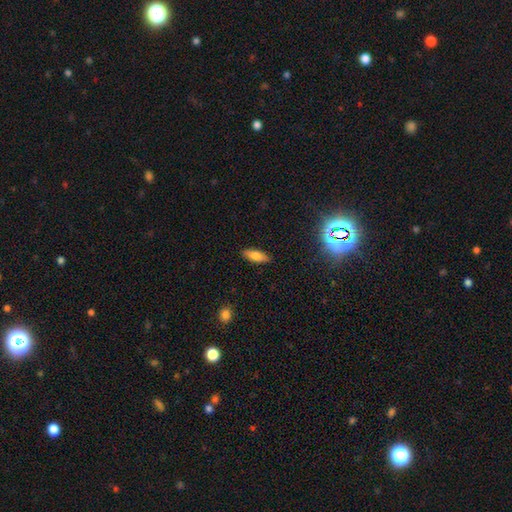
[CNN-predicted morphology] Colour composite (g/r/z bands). It shows a smooth galaxy with no disk features (77%) that is in between round and cigar-shaped (68%). Merging: none (88%).